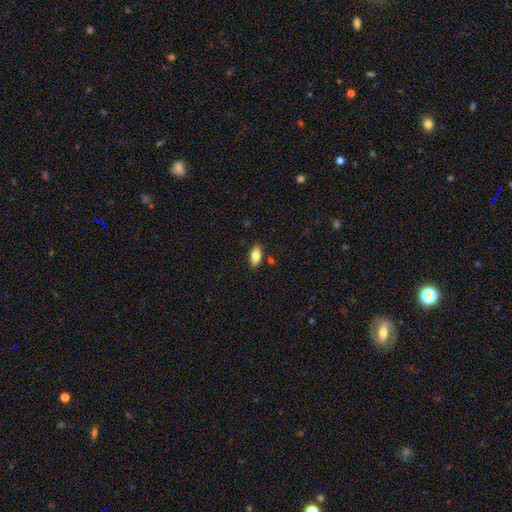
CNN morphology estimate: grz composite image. It shows a smooth galaxy with no disk features (80%) that is in between round and cigar-shaped (90%). Merging: none (85%).